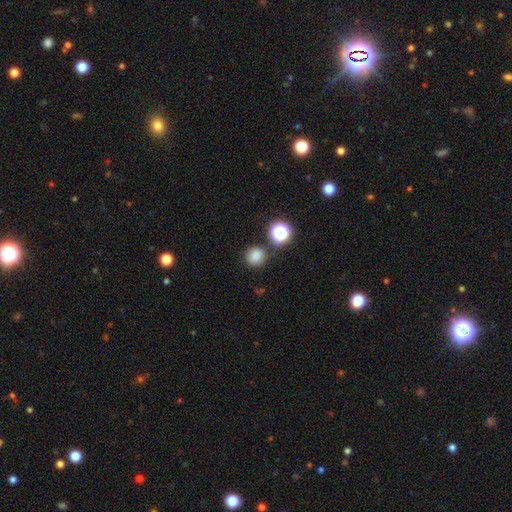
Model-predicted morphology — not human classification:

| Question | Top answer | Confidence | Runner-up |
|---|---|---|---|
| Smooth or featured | smooth | 80% | star or artifact (15%) |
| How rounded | round | 89% | in between (10%) |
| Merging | none | 80% | minor disturbance (10%) |